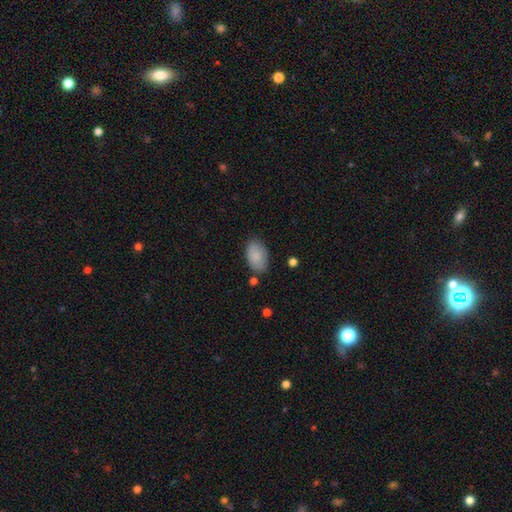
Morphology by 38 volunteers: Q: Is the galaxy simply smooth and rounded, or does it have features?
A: smooth — 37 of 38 (97%).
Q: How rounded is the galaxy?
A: in between — 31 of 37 (84%).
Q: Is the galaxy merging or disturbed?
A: none — 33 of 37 (89%).